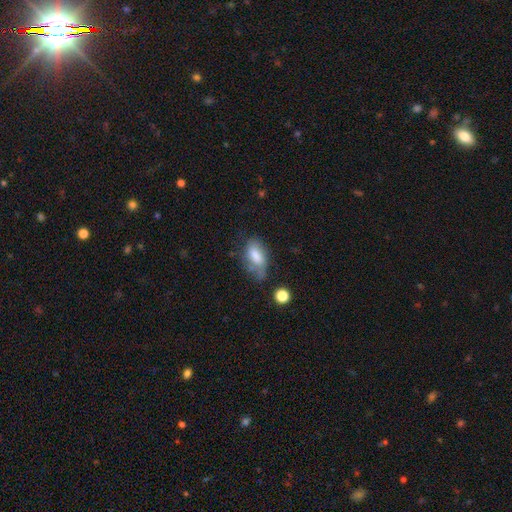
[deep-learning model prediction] A smooth galaxy with no disk features (70%) that is in between round and cigar-shaped (89%).

Vote fractions:
- Smooth or featured? smooth: 70% / featured or disk: 21% / star or artifact: 9%
- How rounded? in between: 89% / cigar-shaped: 6% / round: 5%
- Merging? none: 41% / minor disturbance: 35% / major disturbance: 18% / merger: 6%